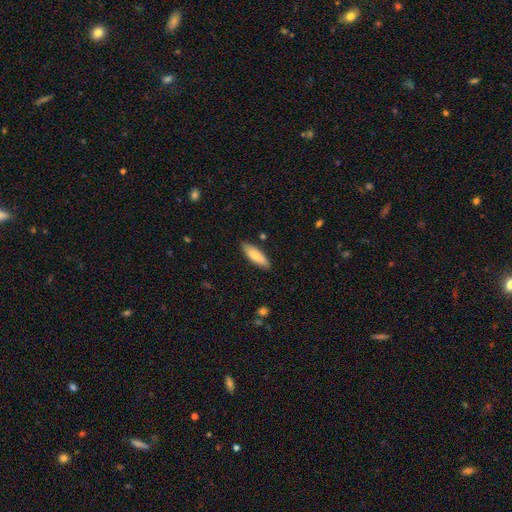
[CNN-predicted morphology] Smooth or featured? smooth (80%)
How rounded? in between (57%)
Merging? none (86%)